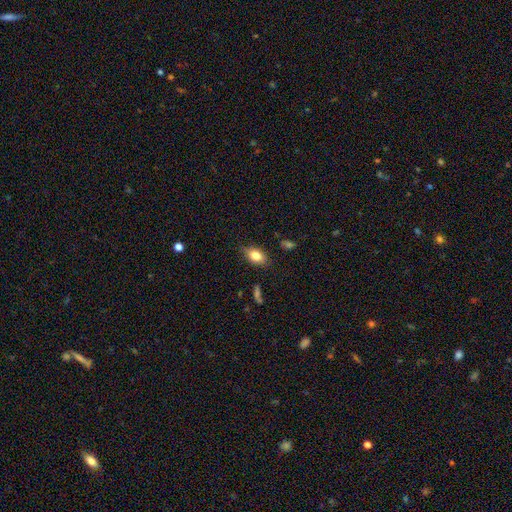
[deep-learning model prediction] This appears to be a smooth galaxy with no disk features (79%) that is in between round and cigar-shaped (82%). Merging: none (75%).